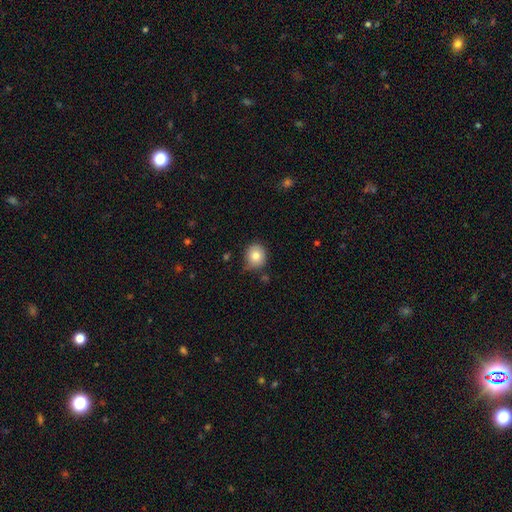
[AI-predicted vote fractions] This is clearly a smooth galaxy (81%). How rounded: clearly round (86%). Merging: likely none (74%).